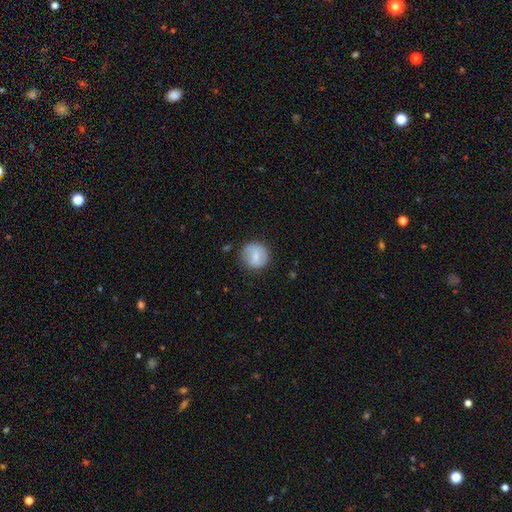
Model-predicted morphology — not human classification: type=smooth (66%); roundness=round (91%); merging=none (80%).